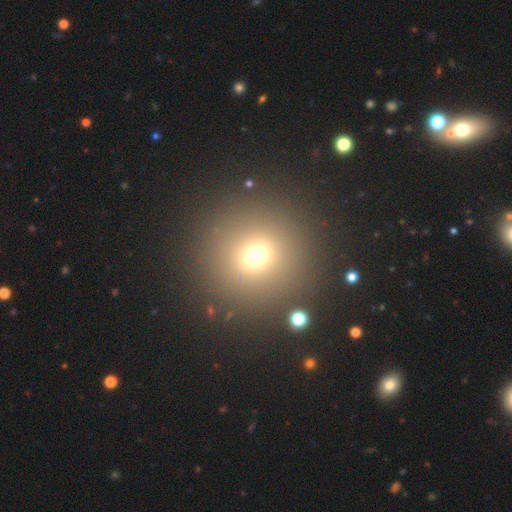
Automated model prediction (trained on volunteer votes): Q: Smooth or featured?
A: smooth (68%); runner-up: star or artifact (22%)
Q: How rounded?
A: round (94%); runner-up: in between (5%)
Q: Merging?
A: none (87%); runner-up: minor disturbance (6%)